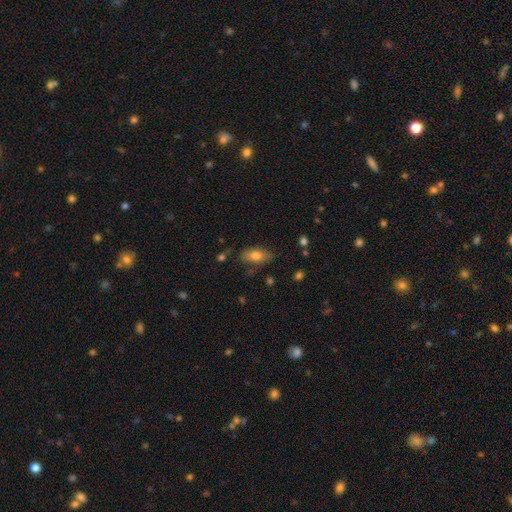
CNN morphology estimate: type=smooth (74%); roundness=in between (84%); merging=none (72%).